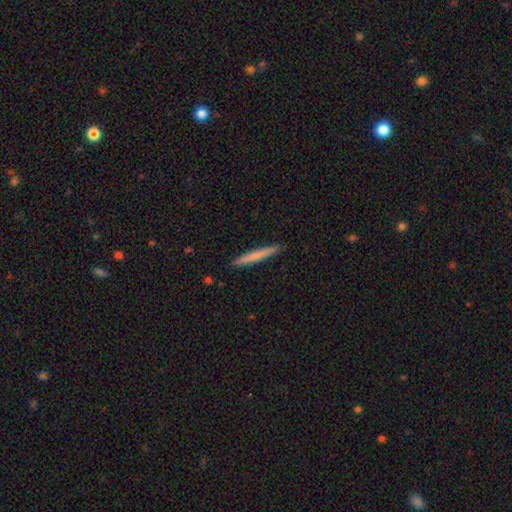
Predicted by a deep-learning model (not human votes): smooth_or_featured: smooth (p=0.70) [alt: featured or disk p=0.25]
how_rounded: cigar-shaped (p=0.97) [alt: in between p=0.02]
merging: none (p=0.92) [alt: minor disturbance p=0.06]